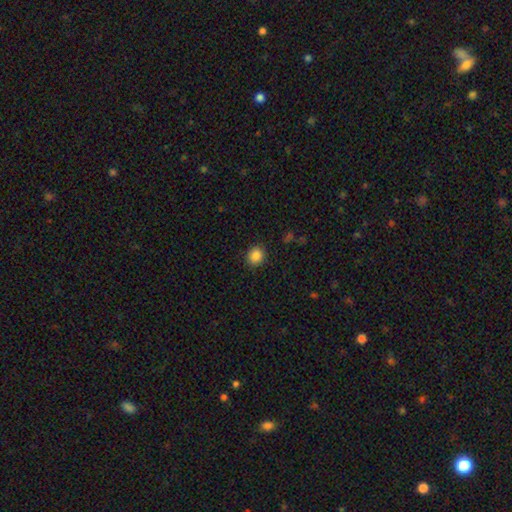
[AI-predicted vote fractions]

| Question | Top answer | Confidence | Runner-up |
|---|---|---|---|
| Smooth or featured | smooth | 86% | star or artifact (10%) |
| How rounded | round | 79% | in between (20%) |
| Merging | none | 89% | minor disturbance (7%) |